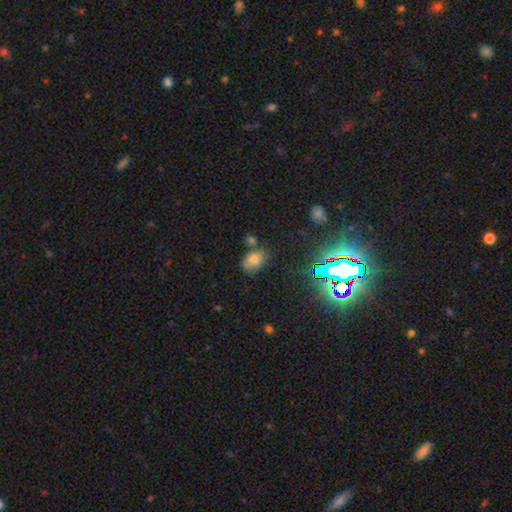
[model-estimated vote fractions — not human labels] Smooth or featured? Predicted: smooth (p=0.55). How rounded? Predicted: in between (p=0.74). Merging? Predicted: none (p=0.73).